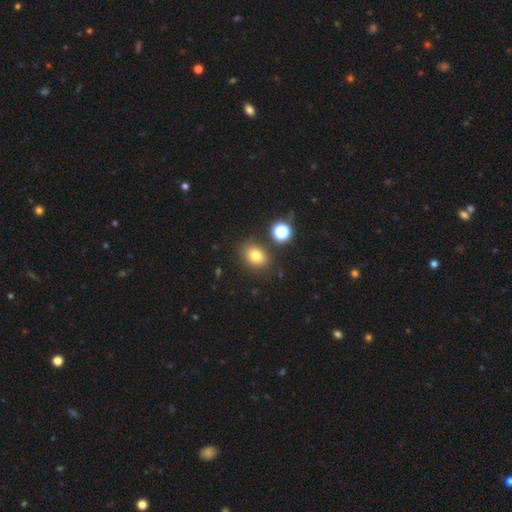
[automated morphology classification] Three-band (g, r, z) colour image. It shows a smooth galaxy with no disk features (78%) that is in between round and cigar-shaped (57%). Merging: none (80%).